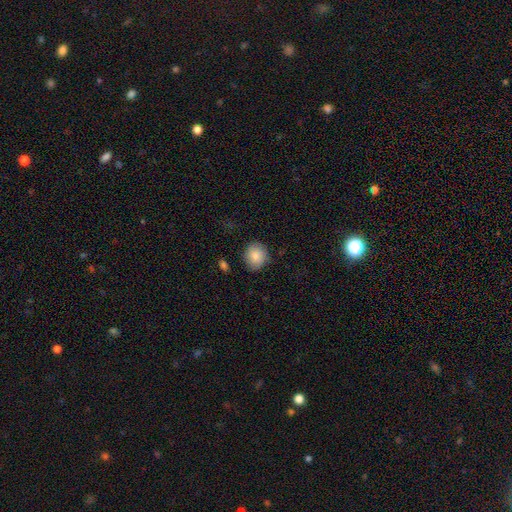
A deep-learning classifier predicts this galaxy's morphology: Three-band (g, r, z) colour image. It shows a smooth galaxy with no disk features (85%) that is round (80%). Merging: none (82%).